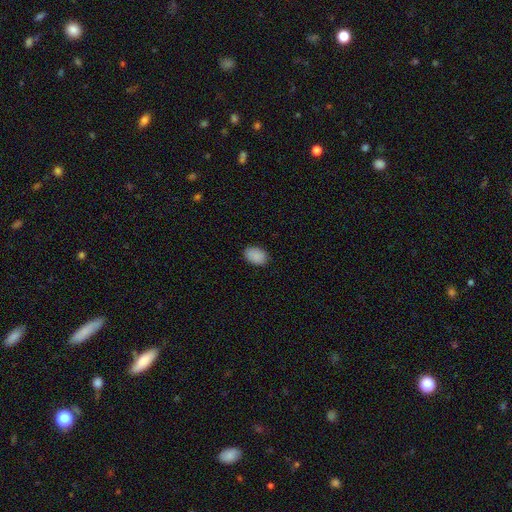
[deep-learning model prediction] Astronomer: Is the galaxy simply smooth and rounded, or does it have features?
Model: smooth — 90%.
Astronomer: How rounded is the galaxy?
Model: in between — 85%.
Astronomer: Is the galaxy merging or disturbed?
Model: none — 88%.